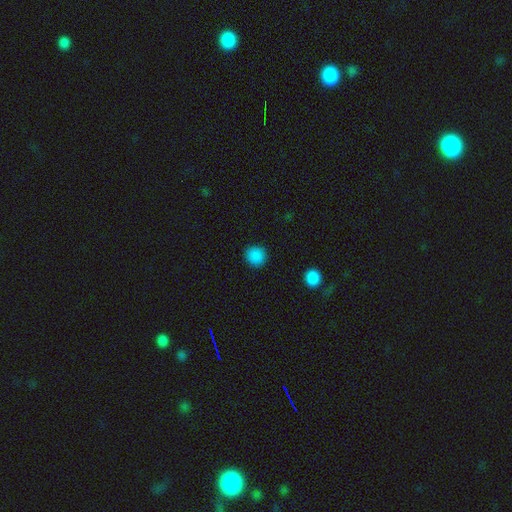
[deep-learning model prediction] smooth_or_featured: smooth (p=0.88) [alt: star or artifact p=0.10]
how_rounded: round (p=0.92) [alt: in between p=0.07]
merging: none (p=0.91) [alt: minor disturbance p=0.05]